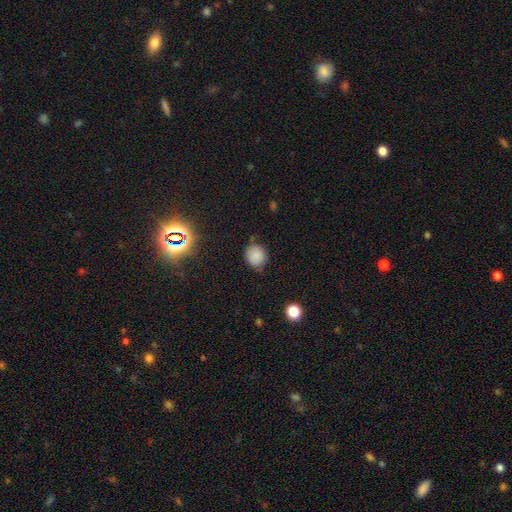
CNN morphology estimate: Smooth or featured? smooth (82%)
How rounded? round (81%)
Merging? none (73%)